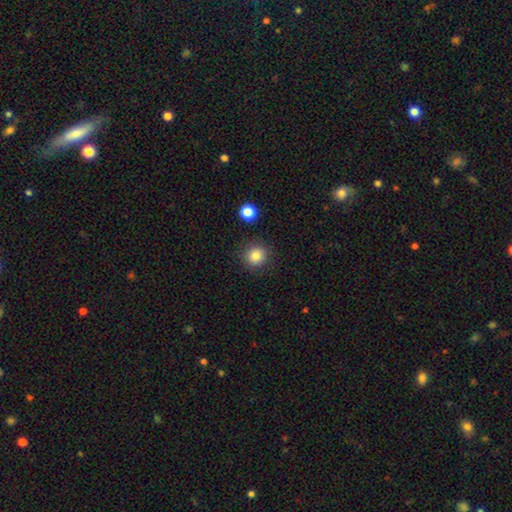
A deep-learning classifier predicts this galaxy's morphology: The model was most divided on "smooth or featured": smooth: 84%, star or artifact: 11%, featured or disk: 6%. More confident: how rounded — round (92%); merging — none (88%).